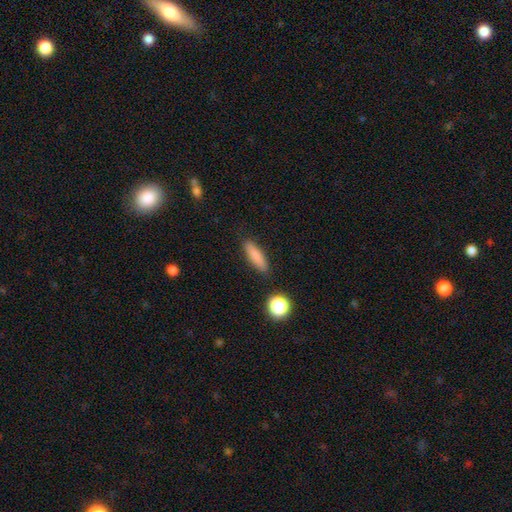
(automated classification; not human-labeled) Q: Smooth or featured?
A: smooth (82%); runner-up: featured or disk (10%)
Q: How rounded?
A: cigar-shaped (67%); runner-up: in between (30%)
Q: Merging?
A: none (87%); runner-up: minor disturbance (9%)